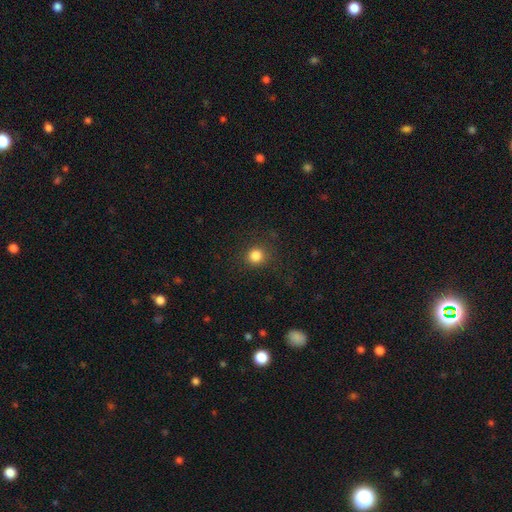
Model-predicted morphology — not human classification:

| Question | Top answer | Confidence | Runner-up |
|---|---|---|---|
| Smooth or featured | smooth | 84% | star or artifact (12%) |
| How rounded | round | 90% | in between (9%) |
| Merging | none | 87% | minor disturbance (8%) |